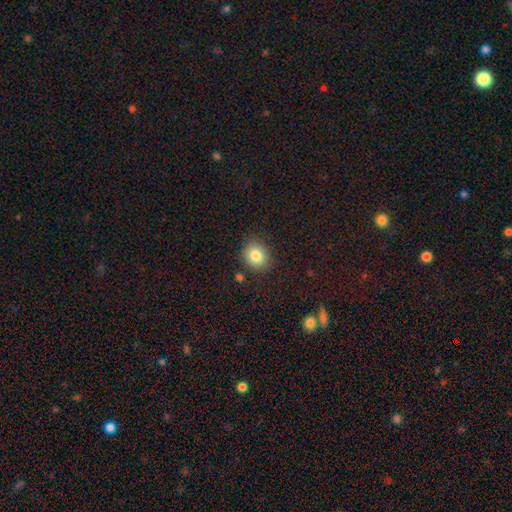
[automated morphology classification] smooth-or-featured: smooth: 83% | star or artifact: 10% | featured or disk: 7%
  how-rounded: round: 73% | in between: 26% | cigar-shaped: 1%
  merging: none: 83% | minor disturbance: 12% | major disturbance: 3% | merger: 3%